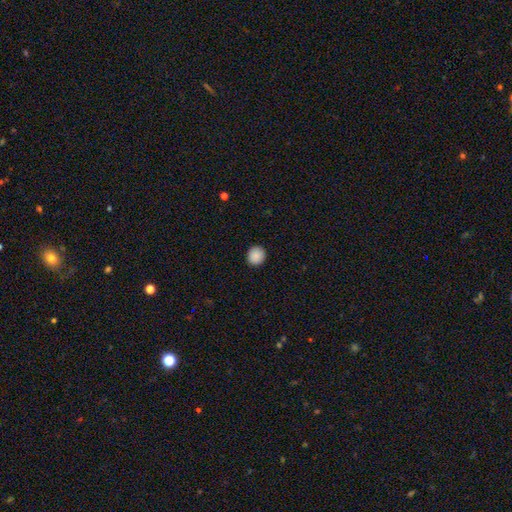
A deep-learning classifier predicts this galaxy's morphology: This appears to be a smooth galaxy with no disk features (89%) that is round (91%). Merging: none (93%).